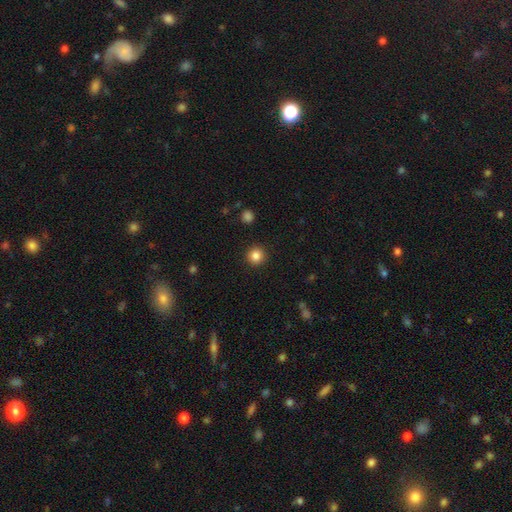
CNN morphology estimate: Overall: smooth (85%). How rounded: round (95%). Merging: none (93%).